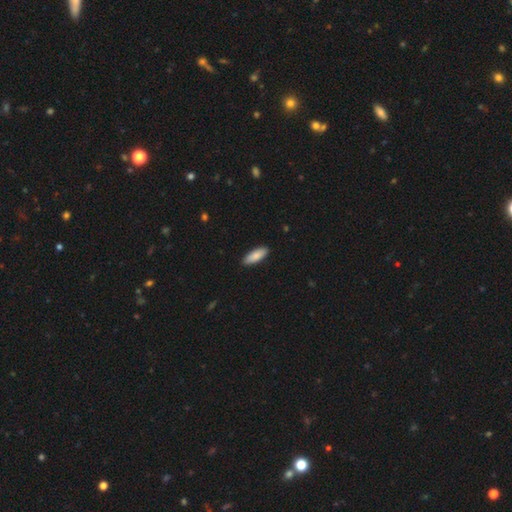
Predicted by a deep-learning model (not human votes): smooth-or-featured: smooth: 86% | featured or disk: 8% | star or artifact: 5%
  how-rounded: in between: 66% | cigar-shaped: 32% | round: 2%
  merging: none: 90% | minor disturbance: 8% | major disturbance: 1% | merger: 1%